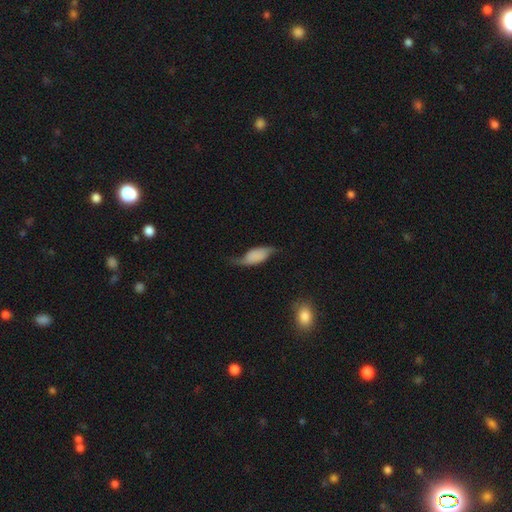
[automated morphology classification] This is possibly a featured or disk galaxy (47%). Merging: possibly none (46%).